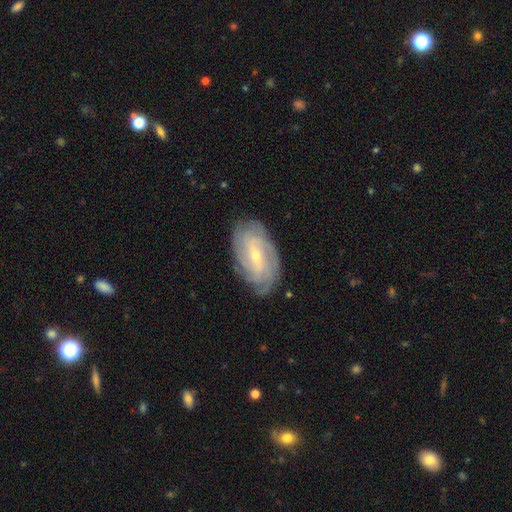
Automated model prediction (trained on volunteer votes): This appears to be a featured or disk galaxy (81%) with a weak bar (48%), tight (66%) spiral arms (94%) and a small central bulge (72%). Merging: none (80%).